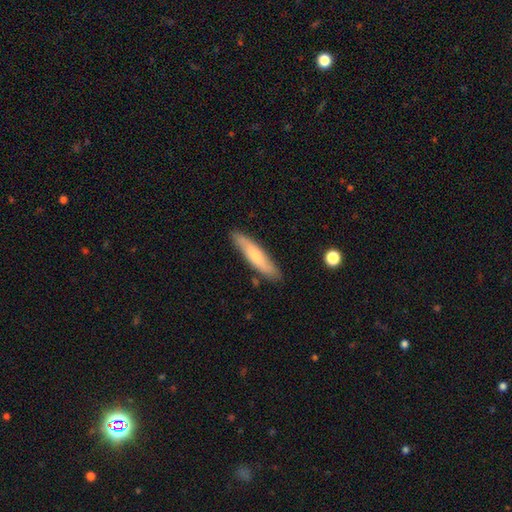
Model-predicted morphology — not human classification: A smooth galaxy with no disk features (63%) that is cigar-shaped (83%). Merging: none (85%).